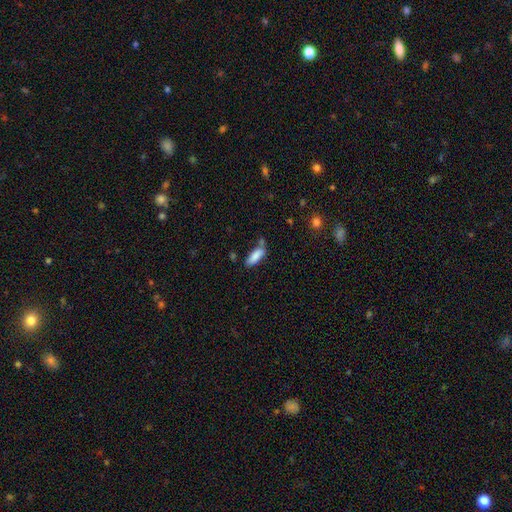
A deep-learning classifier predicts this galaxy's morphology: This appears to be a smooth galaxy with no disk features (85%) that is in between round and cigar-shaped (65%). Merging: none (63%).